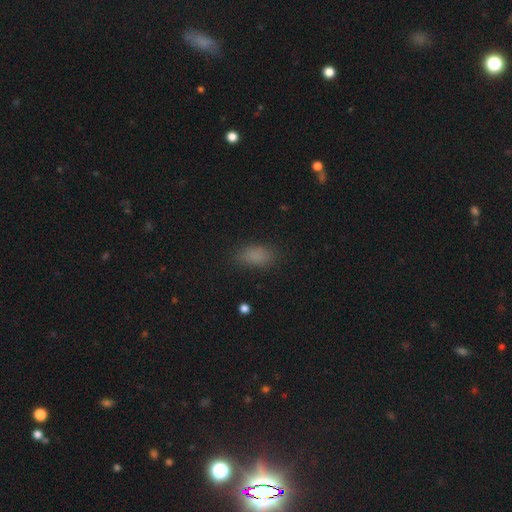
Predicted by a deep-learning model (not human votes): smooth-or-featured: smooth: 82% | star or artifact: 13% | featured or disk: 5%
  how-rounded: in between: 88% | round: 8% | cigar-shaped: 4%
  merging: none: 78% | minor disturbance: 15% | major disturbance: 5% | merger: 1%